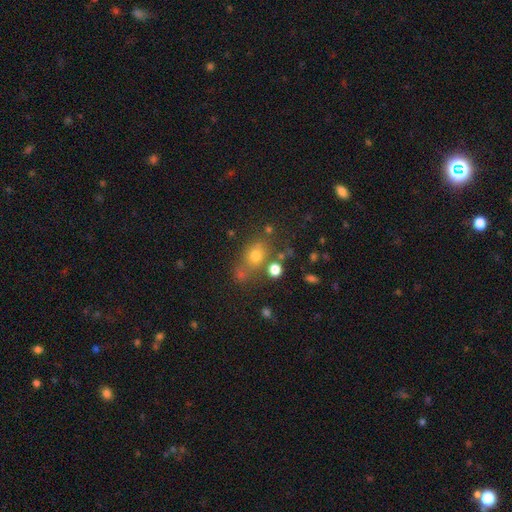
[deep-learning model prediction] This appears to be a smooth galaxy with no disk features (64%) that is round (54%). Merging: none (61%).